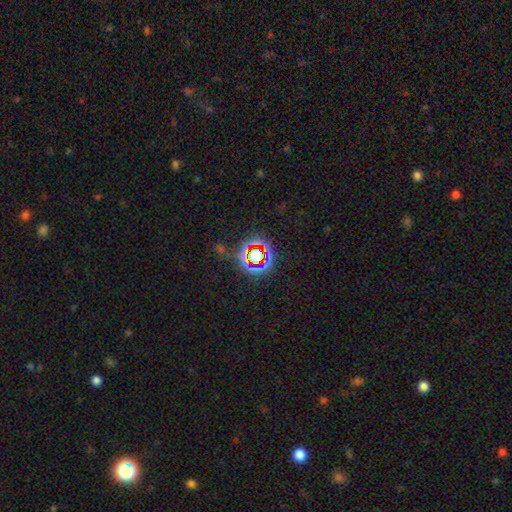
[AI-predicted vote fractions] Morphology: type=star or artifact (72%).